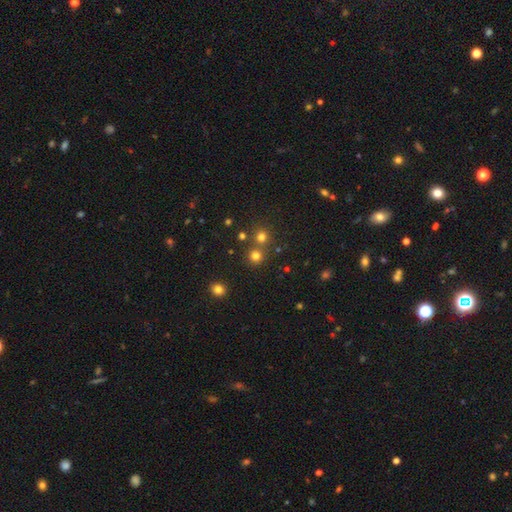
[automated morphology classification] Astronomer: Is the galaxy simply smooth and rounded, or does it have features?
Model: smooth — 74%.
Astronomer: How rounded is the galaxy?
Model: round — 91%.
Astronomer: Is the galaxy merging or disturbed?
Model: none — 72%.